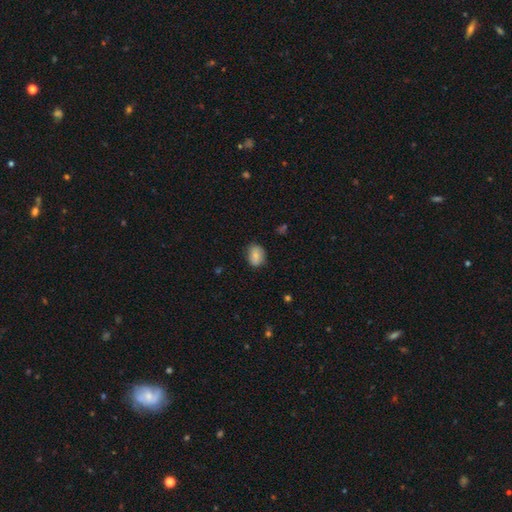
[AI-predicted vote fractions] This appears to be a smooth galaxy with no disk features (78%) that is in between round and cigar-shaped (67%). Merging: none (77%).